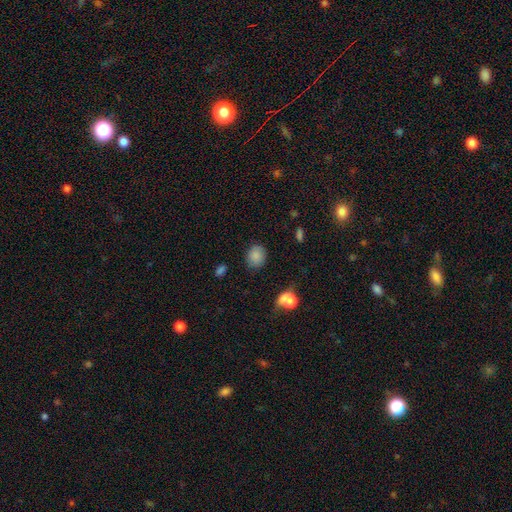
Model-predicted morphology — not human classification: type=smooth (85%); roundness=round (58%); merging=none (81%).